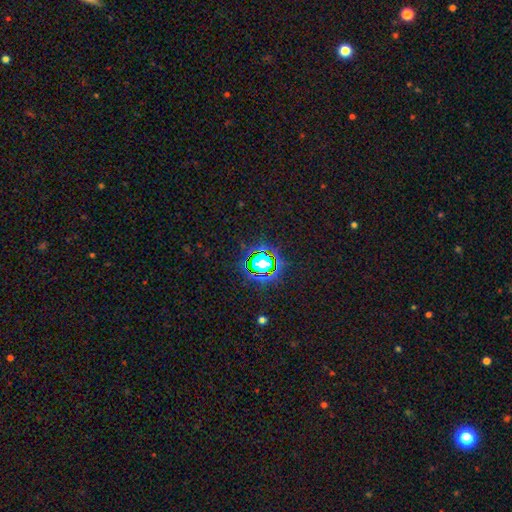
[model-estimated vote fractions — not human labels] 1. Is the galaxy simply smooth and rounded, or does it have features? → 78% star or artifact, 15% smooth, 8% featured or disk.